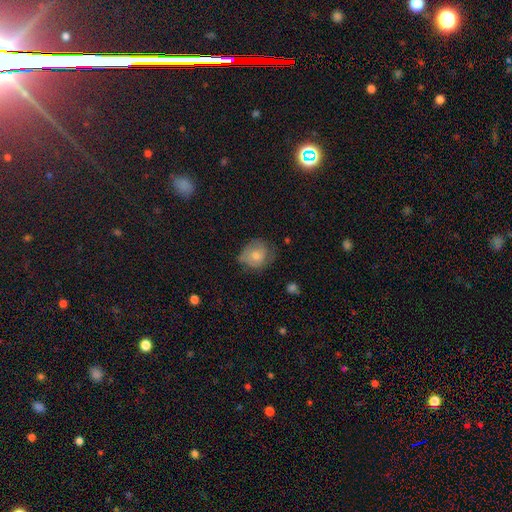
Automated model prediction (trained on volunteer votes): Smooth or featured? Predicted: smooth (p=0.68). How rounded? Predicted: round (p=0.67). Merging? Predicted: none (p=0.51).